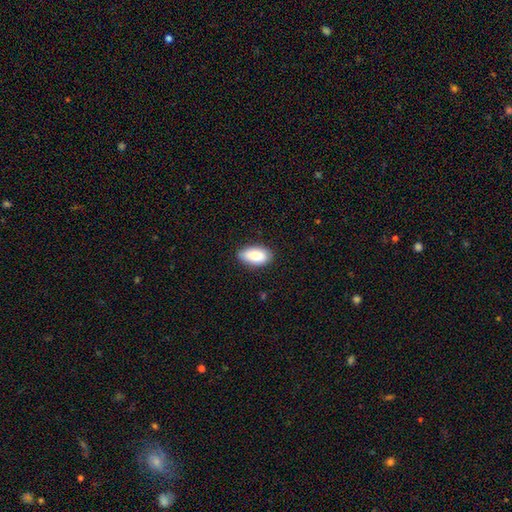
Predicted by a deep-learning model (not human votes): Smooth or featured? smooth (86%)
How rounded? in between (94%)
Merging? none (83%)